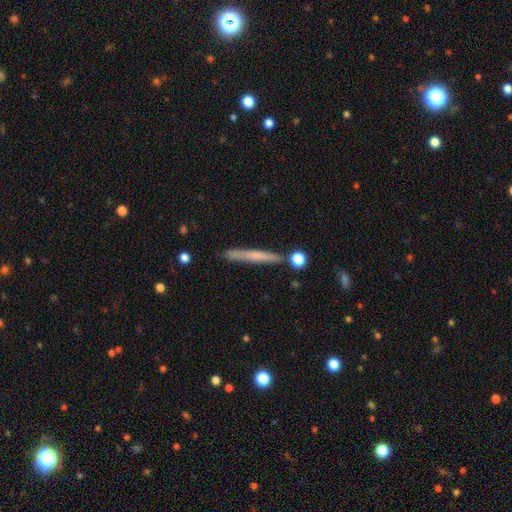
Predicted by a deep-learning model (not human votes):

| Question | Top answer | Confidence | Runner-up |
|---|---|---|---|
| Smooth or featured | smooth | 51% | featured or disk (42%) |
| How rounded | cigar-shaped | 95% | in between (3%) |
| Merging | none | 84% | minor disturbance (10%) |